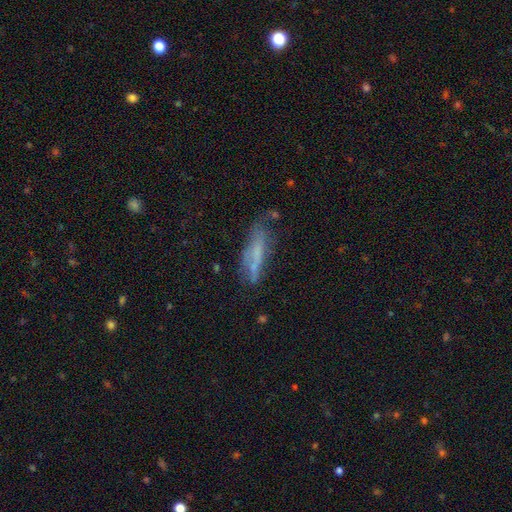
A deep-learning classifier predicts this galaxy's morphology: Q: Smooth or featured?
A: smooth (46%); runner-up: featured or disk (41%)
Q: Merging?
A: none (55%); runner-up: minor disturbance (26%)